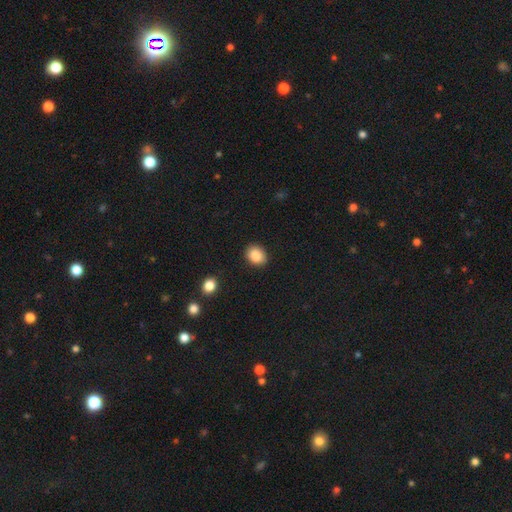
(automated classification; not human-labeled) A smooth galaxy with no disk features (86%) that is in between round and cigar-shaped (50%).

Vote fractions:
- Smooth or featured? smooth: 86% / star or artifact: 8% / featured or disk: 6%
- How rounded? in between: 50% / round: 49% / cigar-shaped: 1%
- Merging? none: 89% / minor disturbance: 7% / major disturbance: 2% / merger: 1%